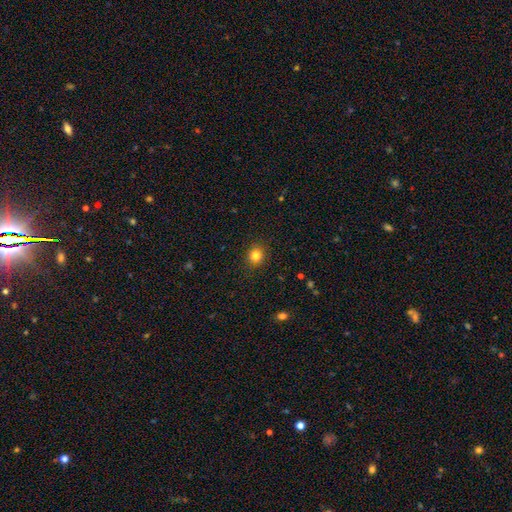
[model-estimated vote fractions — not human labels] Smooth or featured? smooth (82%)
How rounded? round (86%)
Merging? none (91%)